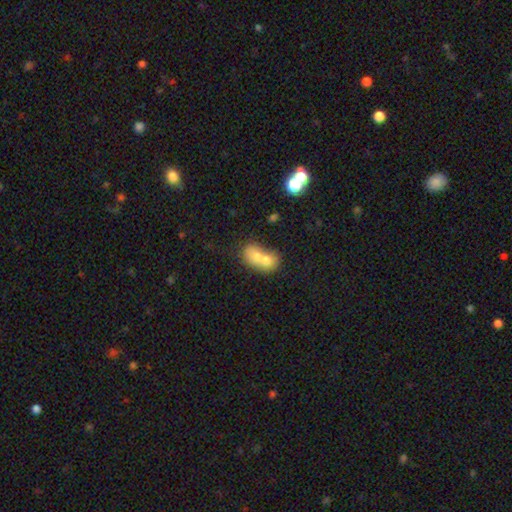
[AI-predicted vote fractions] Smooth or featured? smooth (66%)
How rounded? in between (58%)
Merging? merger (76%)